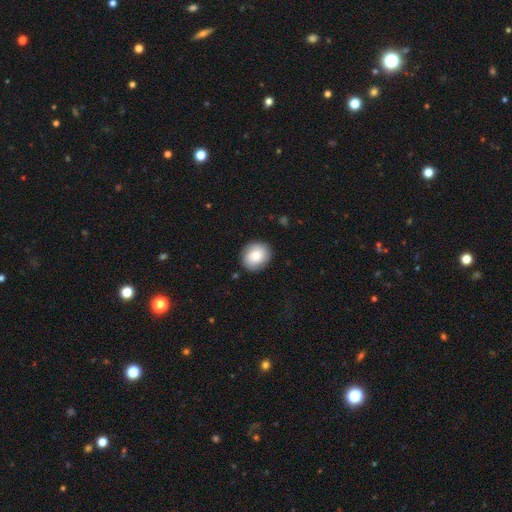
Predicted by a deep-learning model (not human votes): smooth-or-featured: smooth: 78% | featured or disk: 15% | star or artifact: 7%
  how-rounded: round: 72% | in between: 27% | cigar-shaped: 1%
  merging: none: 86% | minor disturbance: 10% | major disturbance: 3% | merger: 1%